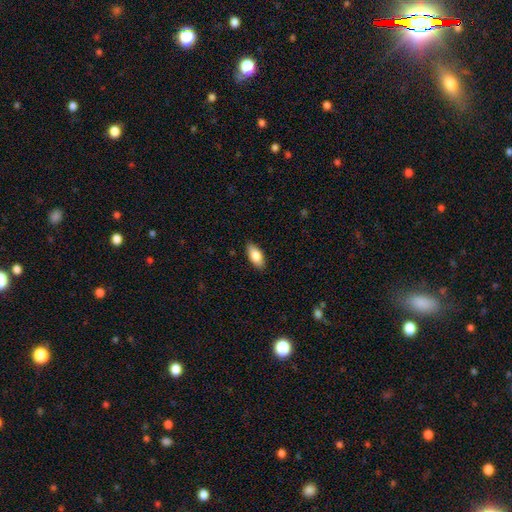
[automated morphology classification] Overall: smooth (83%). How rounded: in between (89%). Merging: none (88%).